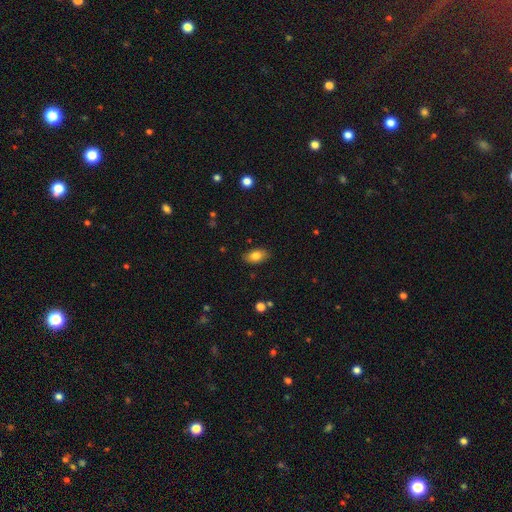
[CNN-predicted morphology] smooth-or-featured: smooth: 81% | featured or disk: 12% | star or artifact: 8%
  how-rounded: in between: 91% | round: 6% | cigar-shaped: 2%
  merging: none: 86% | minor disturbance: 10% | major disturbance: 2% | merger: 1%